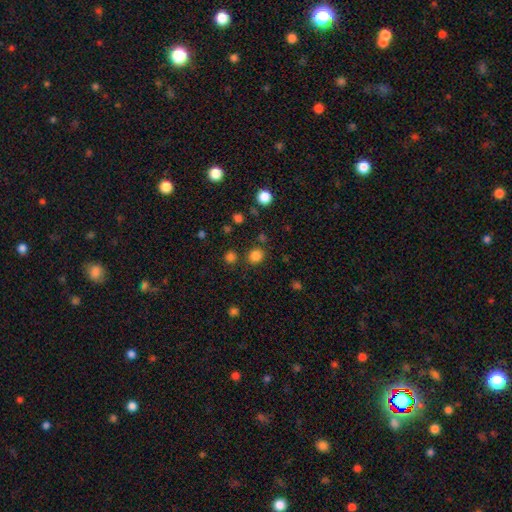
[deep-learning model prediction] A smooth galaxy with no disk features (82%) that is round (80%).

Vote fractions:
- Smooth or featured? smooth: 82% / star or artifact: 14% / featured or disk: 4%
- How rounded? round: 80% / in between: 20% / cigar-shaped: 1%
- Merging? none: 83% / minor disturbance: 8% / merger: 6% / major disturbance: 4%